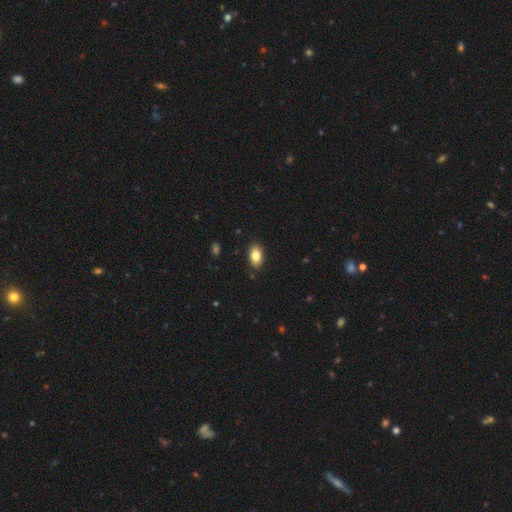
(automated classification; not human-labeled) The model was most divided on "smooth or featured": smooth: 83%, featured or disk: 9%, star or artifact: 8%. More confident: how rounded — in between (91%); merging — none (88%).